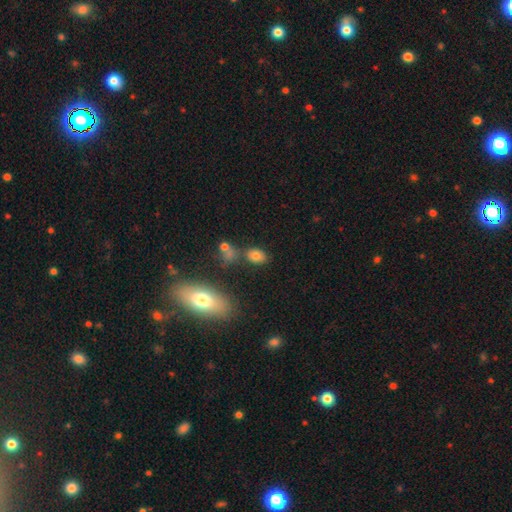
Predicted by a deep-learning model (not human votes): Smooth or featured? Predicted: smooth (p=0.79). How rounded? Predicted: in between (p=0.78). Merging? Predicted: none (p=0.72).